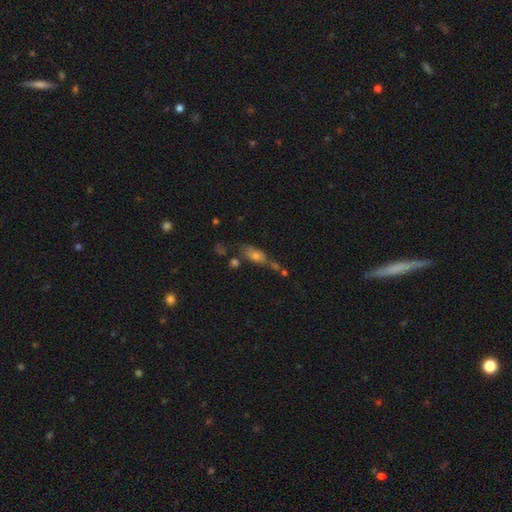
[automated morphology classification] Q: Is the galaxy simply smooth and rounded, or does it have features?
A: smooth — 64%.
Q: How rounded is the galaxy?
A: in between — 68%.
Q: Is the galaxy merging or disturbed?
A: none — 45%.